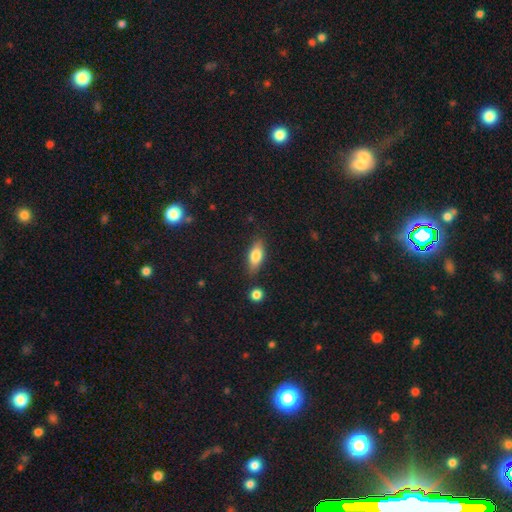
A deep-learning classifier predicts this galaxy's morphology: smooth 75%, featured or disk 17%, star or artifact 7%. Down the decision tree: how rounded — in between (78%); merging — none (81%).